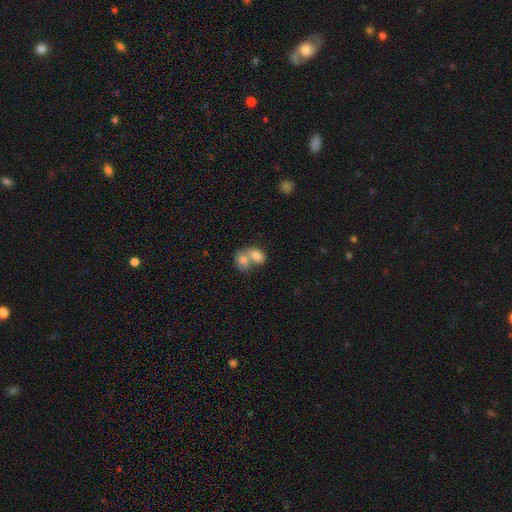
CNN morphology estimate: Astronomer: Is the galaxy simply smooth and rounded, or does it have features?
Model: smooth — 79%.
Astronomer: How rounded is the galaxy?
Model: in between — 70%.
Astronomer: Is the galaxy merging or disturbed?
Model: merger — 73%.